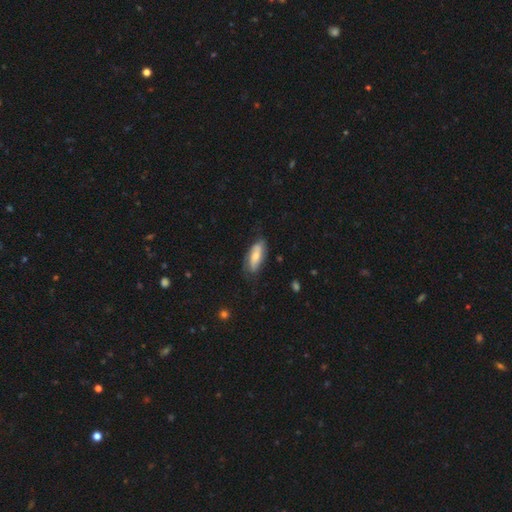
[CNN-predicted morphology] smooth_or_featured: smooth (p=0.56) [alt: featured or disk p=0.38]
how_rounded: in between (p=0.74) [alt: cigar-shaped p=0.24]
merging: none (p=0.68) [alt: minor disturbance p=0.23]